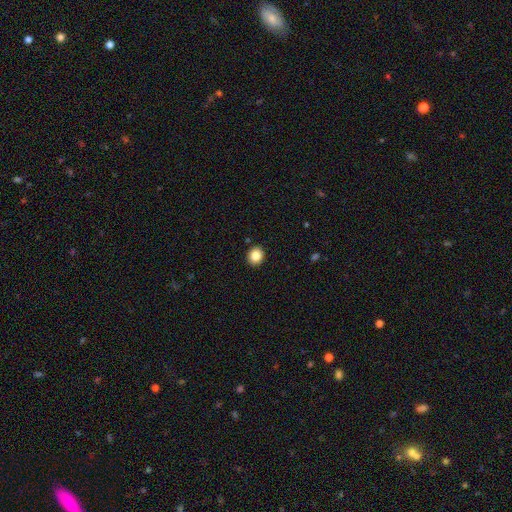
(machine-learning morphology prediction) The model was most divided on "how rounded": round: 72%, in between: 27%, cigar-shaped: 1%. More confident: merging — none (91%); smooth or featured — smooth (85%).